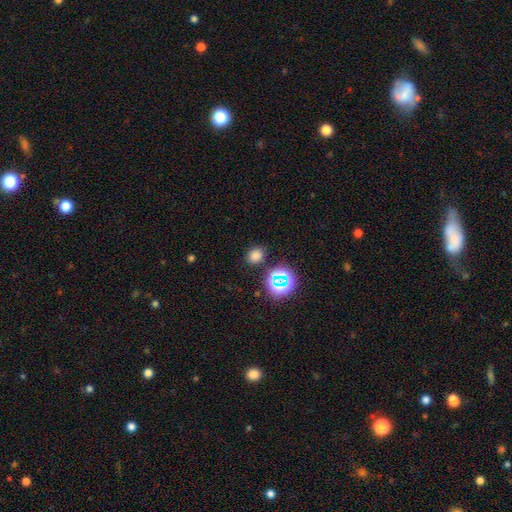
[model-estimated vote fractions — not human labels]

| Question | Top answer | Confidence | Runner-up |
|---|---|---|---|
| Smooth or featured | smooth | 72% | star or artifact (23%) |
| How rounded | round | 63% | in between (36%) |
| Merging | none | 83% | minor disturbance (10%) |